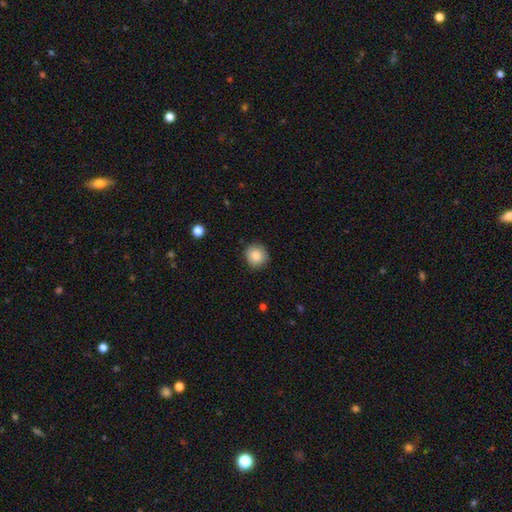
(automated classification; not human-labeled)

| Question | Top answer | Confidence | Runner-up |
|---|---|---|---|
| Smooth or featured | smooth | 86% | star or artifact (8%) |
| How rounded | round | 91% | in between (8%) |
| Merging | none | 88% | minor disturbance (9%) |